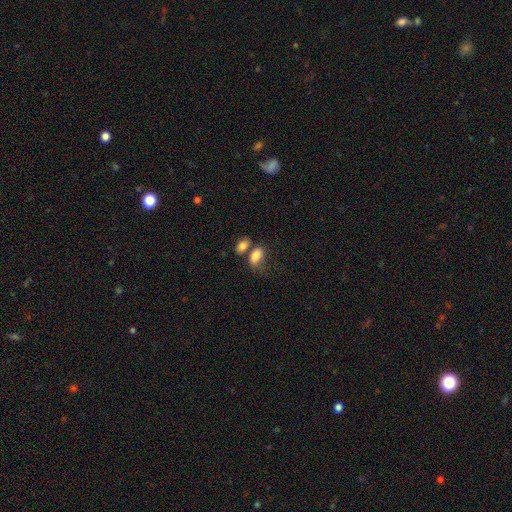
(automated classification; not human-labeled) Overall: smooth (83%). How rounded: in between (90%). Merging: none (40%; merger 37%).